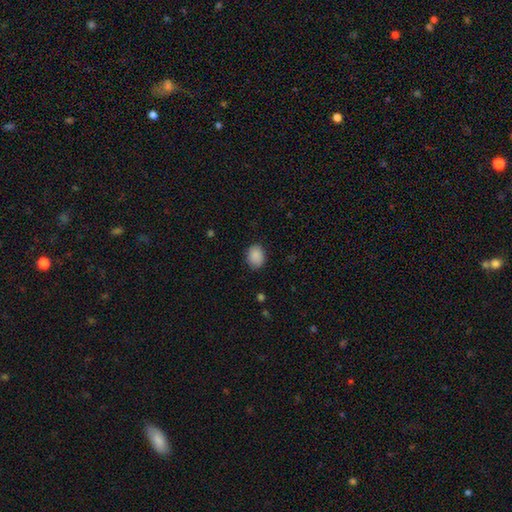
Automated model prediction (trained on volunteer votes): Smooth or featured? Predicted: smooth (p=0.89). How rounded? Predicted: in between (p=0.57). Merging? Predicted: none (p=0.86).